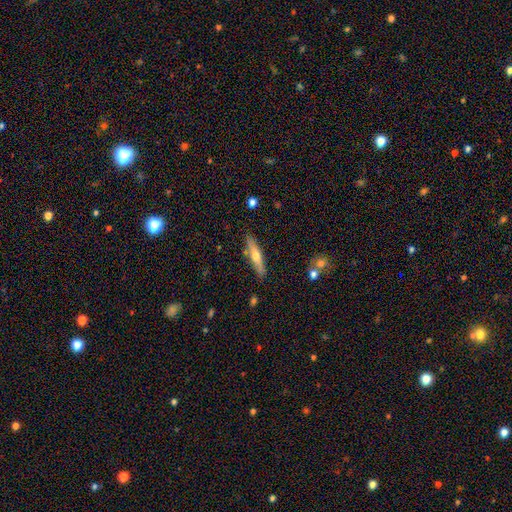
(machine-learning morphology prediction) Smooth or featured? smooth (47%, tied with featured or disk)
Merging? none (84%)